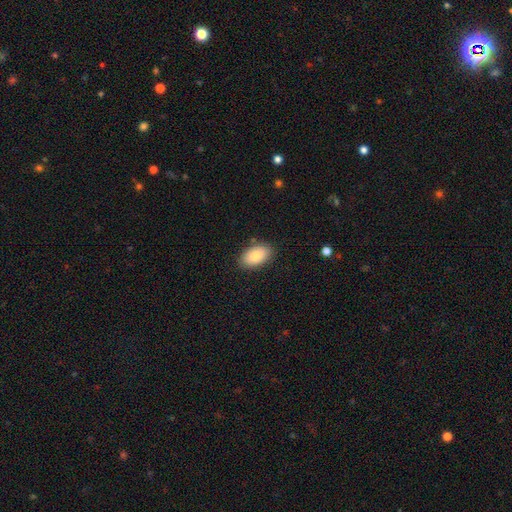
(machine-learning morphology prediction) The model was most divided on "merging": none: 86%, minor disturbance: 10%, major disturbance: 2%, merger: 2%. More confident: how rounded — in between (94%); smooth or featured — smooth (85%).